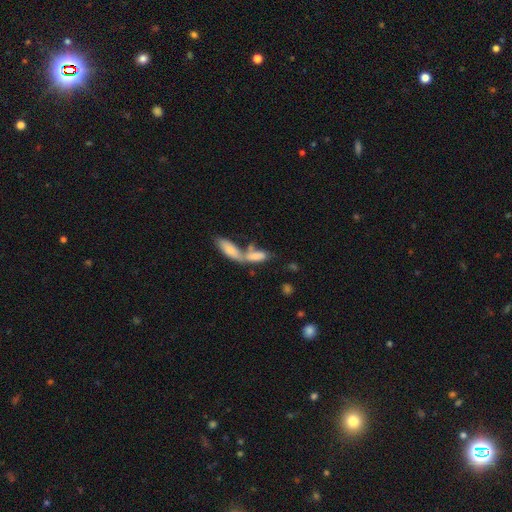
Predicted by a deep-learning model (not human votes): Q: Smooth or featured?
A: smooth (74%); runner-up: featured or disk (18%)
Q: How rounded?
A: in between (68%); runner-up: cigar-shaped (29%)
Q: Merging?
A: merger (66%); runner-up: none (22%)